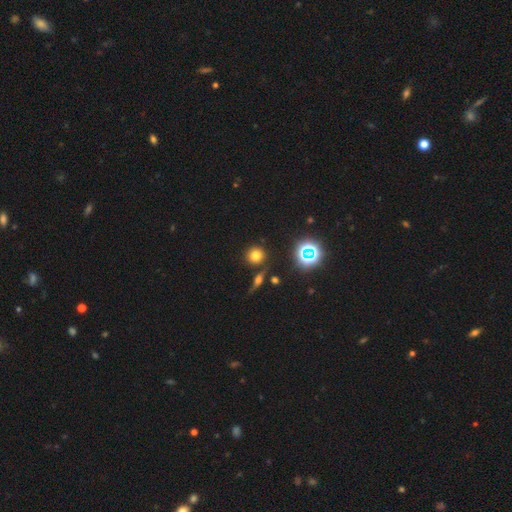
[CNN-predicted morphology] Smooth or featured?
  - smooth: 70% *
  - star or artifact: 21%
  - featured or disk: 9%
How rounded?
  - round: 92% *
  - in between: 7%
  - cigar-shaped: 1%
Merging?
  - none: 82% *
  - minor disturbance: 8%
  - merger: 7%
  - major disturbance: 3%